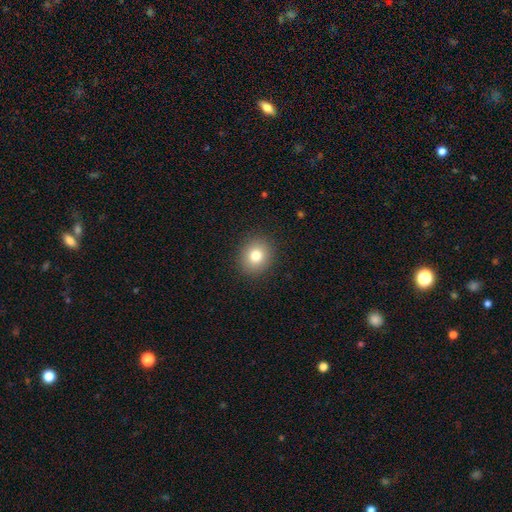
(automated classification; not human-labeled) smooth-or-featured: smooth: 79% | star or artifact: 11% | featured or disk: 9%
  how-rounded: round: 76% | in between: 23% | cigar-shaped: 1%
  merging: none: 90% | minor disturbance: 7% | major disturbance: 2% | merger: 1%